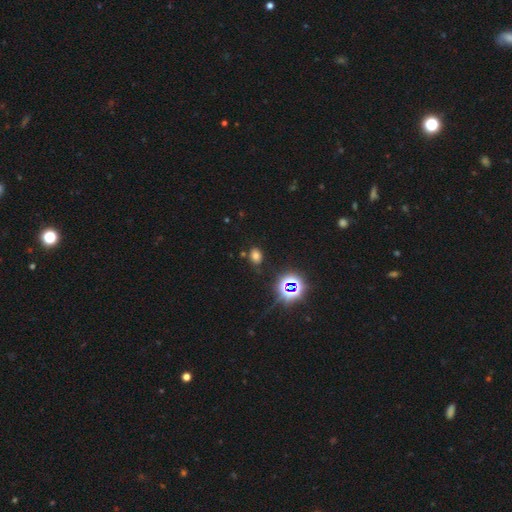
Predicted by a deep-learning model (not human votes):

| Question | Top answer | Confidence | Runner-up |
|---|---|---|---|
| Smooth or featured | smooth | 62% | star or artifact (30%) |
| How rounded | in between | 68% | round (31%) |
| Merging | none | 80% | minor disturbance (13%) |